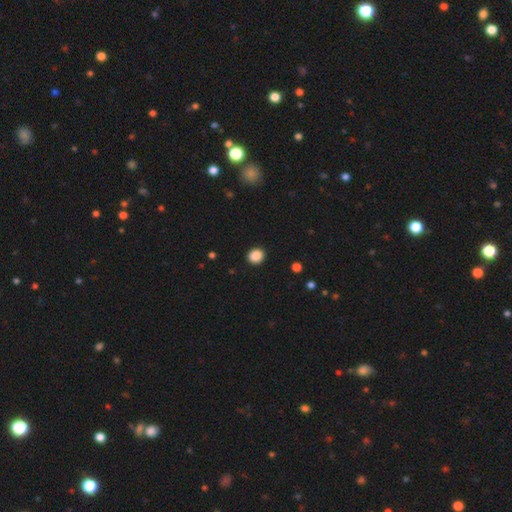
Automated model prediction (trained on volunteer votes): Smooth or featured? smooth (88%)
How rounded? round (82%)
Merging? none (91%)